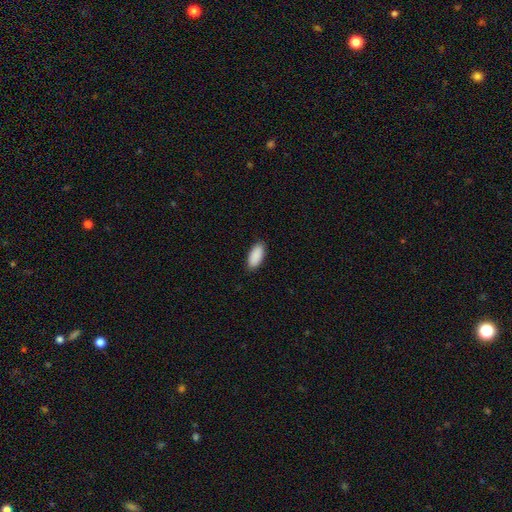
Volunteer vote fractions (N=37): Q: Smooth or featured?
A: smooth (97%); runner-up: featured or disk (3%)
Q: How rounded?
A: in between (86%); runner-up: cigar-shaped (11%)
Q: Merging?
A: none (86%); runner-up: minor disturbance (11%)